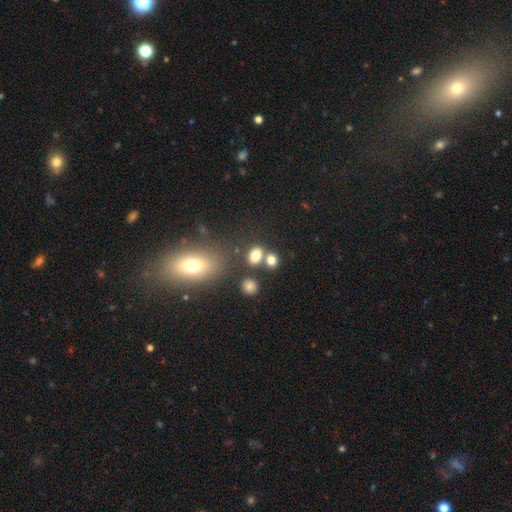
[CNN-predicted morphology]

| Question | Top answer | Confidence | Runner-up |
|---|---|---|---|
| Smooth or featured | smooth | 77% | star or artifact (13%) |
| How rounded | in between | 71% | round (27%) |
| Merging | none | 57% | merger (26%) |